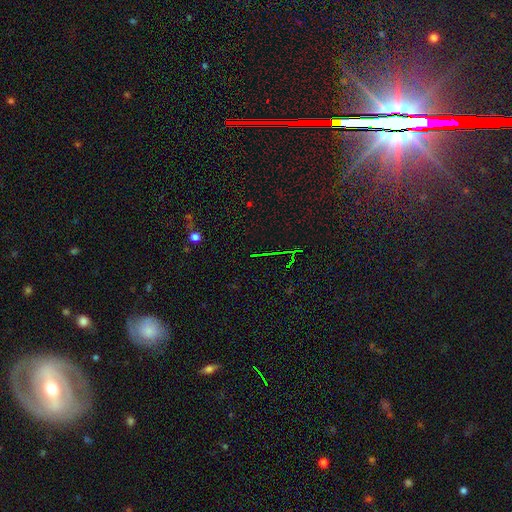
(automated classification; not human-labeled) Morphology: type=star or artifact (78%).